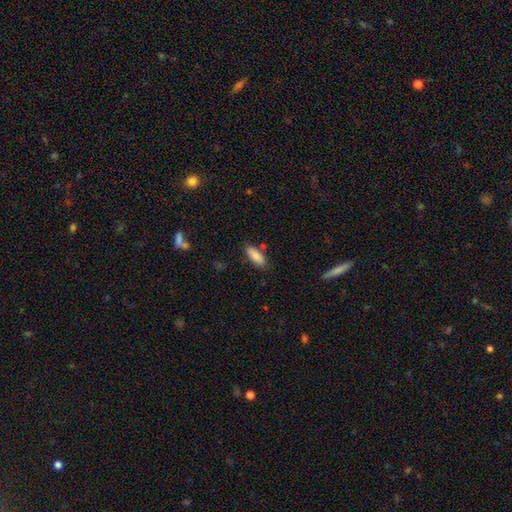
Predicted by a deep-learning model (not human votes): Morphology: type=smooth (85%); roundness=in between (74%); merging=none (79%).